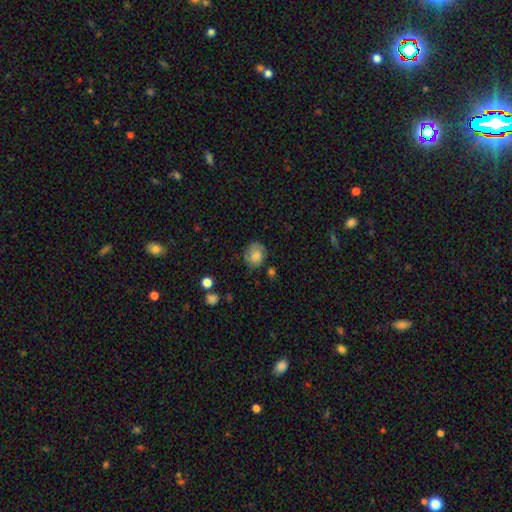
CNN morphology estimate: smooth-or-featured: smooth: 60% | featured or disk: 31% | star or artifact: 9%
  how-rounded: round: 72% | in between: 27% | cigar-shaped: 1%
  merging: none: 70% | minor disturbance: 21% | major disturbance: 7% | merger: 2%